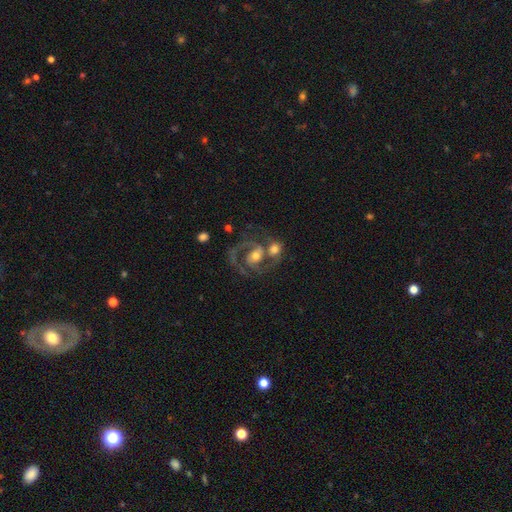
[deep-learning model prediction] Smooth or featured? featured or disk (83%)
Edge-on disk? no (98%)
Bar? no (52%)
Spiral arms? yes (93%)
Spiral winding? medium (55%)
Spiral arm count? 2 (80%)
Bulge size? moderate (64%)
Merging? merger (42%)